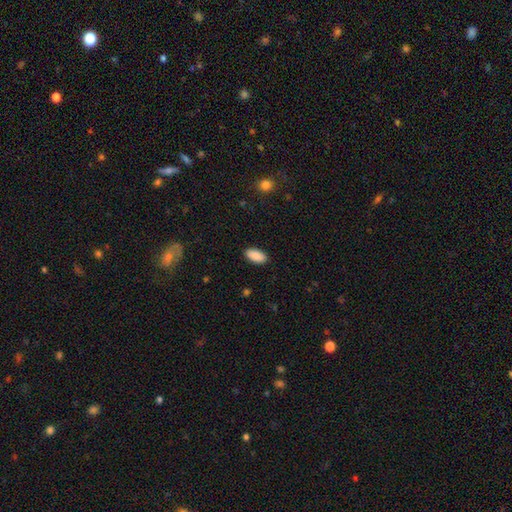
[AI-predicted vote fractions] smooth-or-featured: smooth: 90% | star or artifact: 7% | featured or disk: 3%
  how-rounded: in between: 92% | cigar-shaped: 6% | round: 2%
  merging: none: 89% | minor disturbance: 8% | major disturbance: 2% | merger: 1%